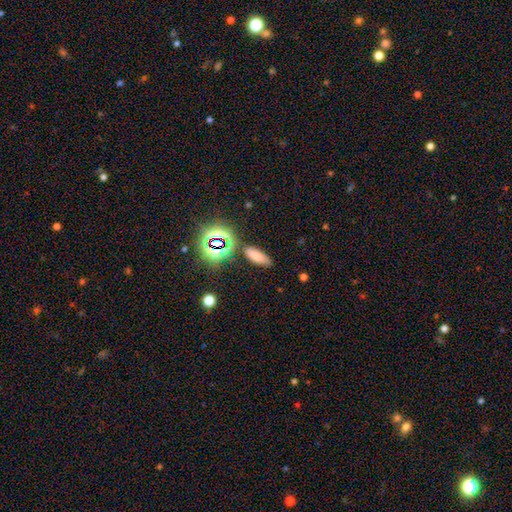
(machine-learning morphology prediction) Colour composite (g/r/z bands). It shows a smooth galaxy with no disk features (70%) that is in between round and cigar-shaped (62%). Merging: none (80%).